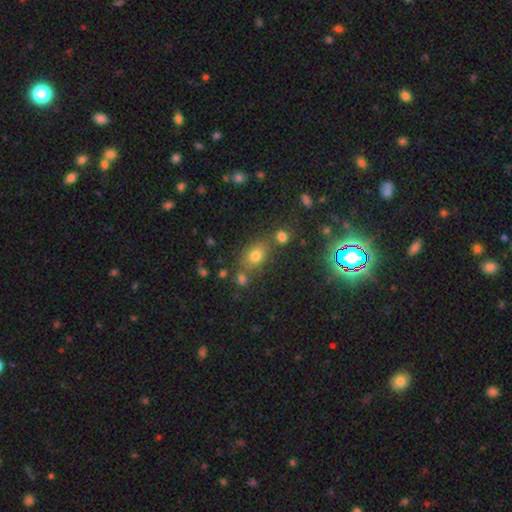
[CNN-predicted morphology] smooth_or_featured: smooth (p=0.68) [alt: star or artifact p=0.20]
how_rounded: in between (p=0.63) [alt: round p=0.34]
merging: none (p=0.60) [alt: merger p=0.20]